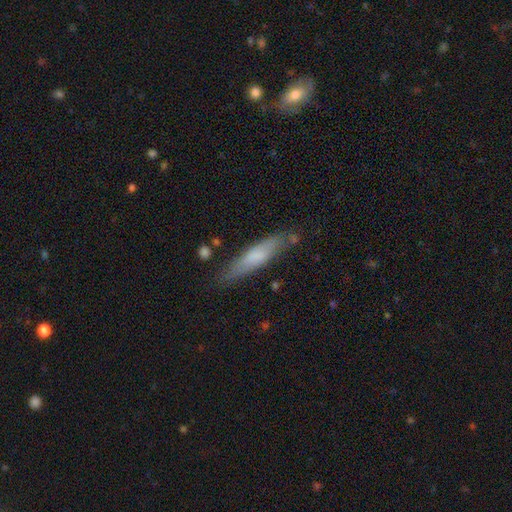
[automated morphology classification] The model was most divided on "smooth or featured": smooth: 62%, featured or disk: 31%, star or artifact: 7%. More confident: how rounded — cigar-shaped (83%); merging — none (76%).